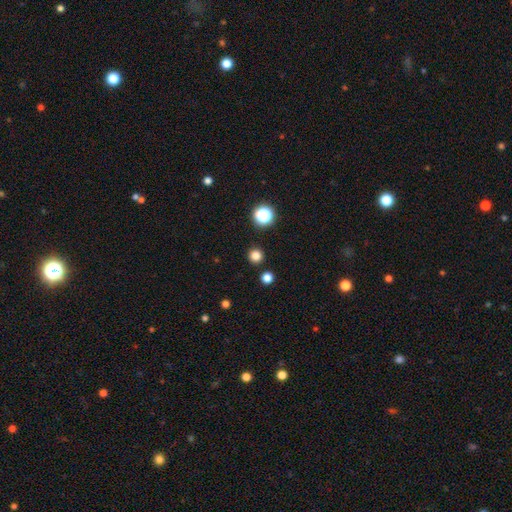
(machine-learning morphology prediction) Q: Smooth or featured?
A: smooth (80%); runner-up: star or artifact (16%)
Q: How rounded?
A: round (96%); runner-up: in between (4%)
Q: Merging?
A: none (91%); runner-up: minor disturbance (5%)